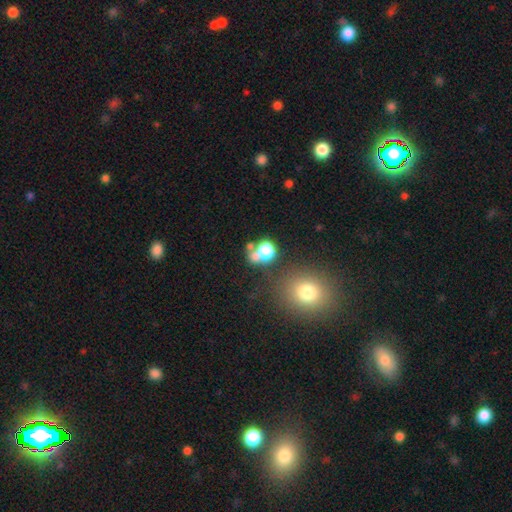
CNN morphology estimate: smooth_or_featured: smooth (p=0.69) [alt: star or artifact p=0.18]
how_rounded: round (p=0.69) [alt: in between p=0.30]
merging: merger (p=0.41) [alt: none p=0.40]